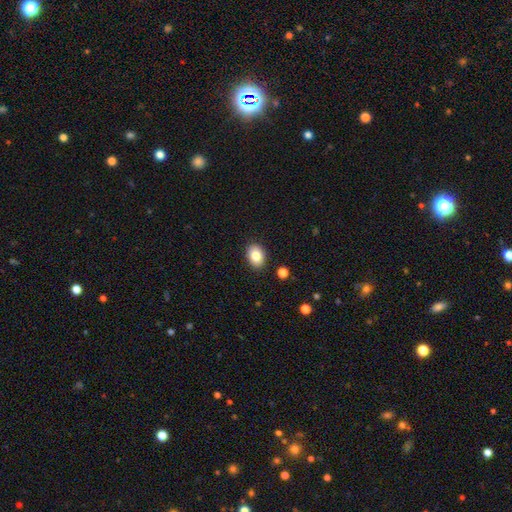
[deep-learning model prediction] Morphology: type=smooth (84%); roundness=in between (74%); merging=none (89%).